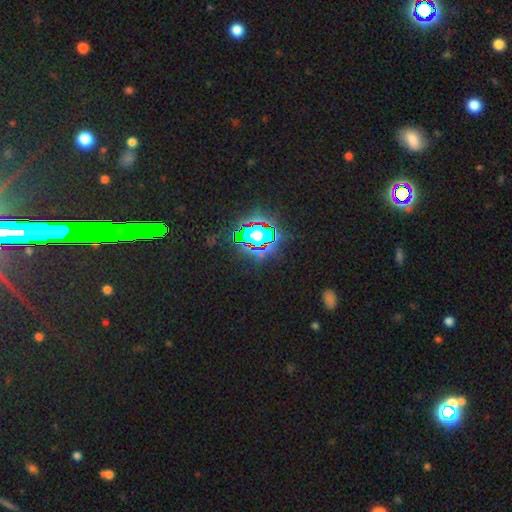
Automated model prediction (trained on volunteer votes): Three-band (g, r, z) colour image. It shows a star or artifact, not a galaxy (81%).